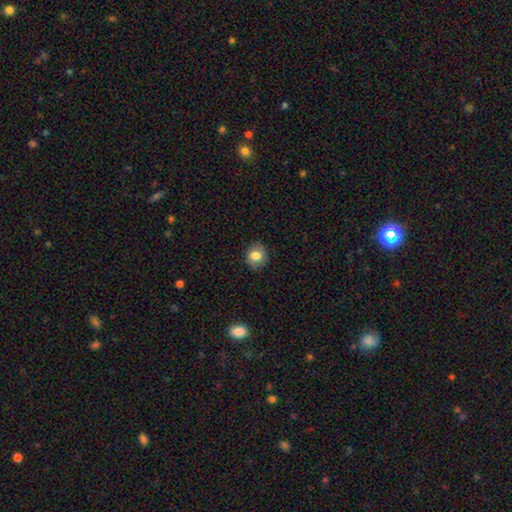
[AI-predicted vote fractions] The model was most divided on "how rounded": round: 76%, in between: 23%, cigar-shaped: 1%. More confident: merging — none (87%); smooth or featured — smooth (80%).